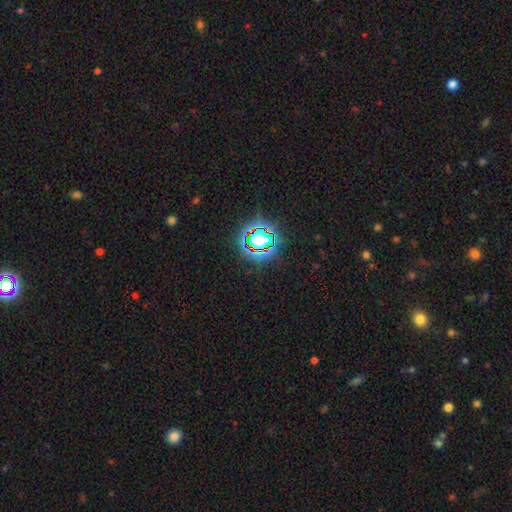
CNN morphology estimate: Smooth or featured? star or artifact (80%)